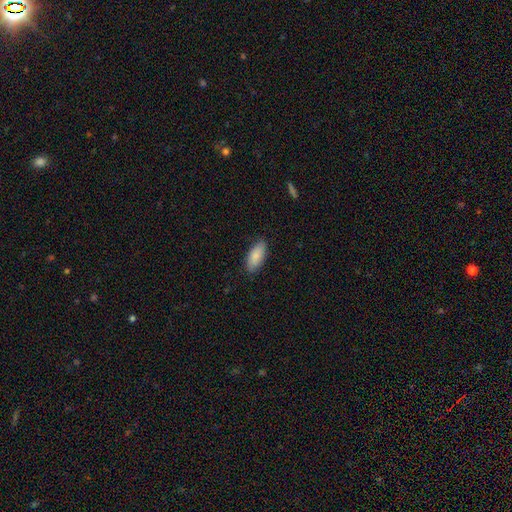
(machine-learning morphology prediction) smooth 85%, featured or disk 9%, star or artifact 6%. Down the decision tree: how rounded — in between (85%); merging — none (82%).